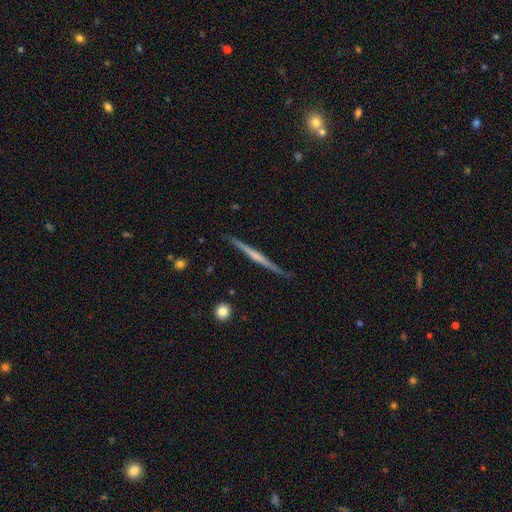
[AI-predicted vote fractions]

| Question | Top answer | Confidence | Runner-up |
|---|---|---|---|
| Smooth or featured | featured or disk | 69% | smooth (26%) |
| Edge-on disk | yes | 98% | no (2%) |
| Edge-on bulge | none | 57% | rounded (31%) |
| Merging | none | 88% | minor disturbance (9%) |